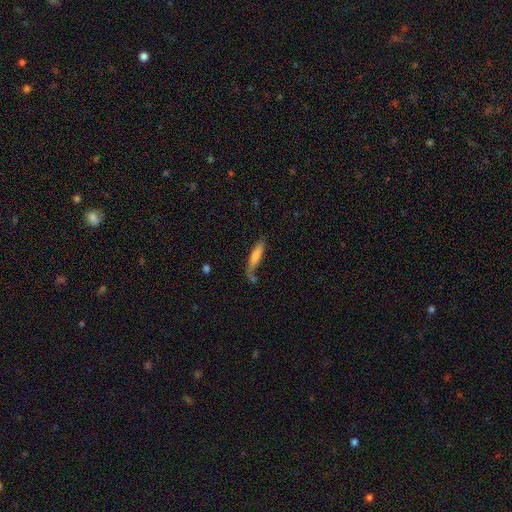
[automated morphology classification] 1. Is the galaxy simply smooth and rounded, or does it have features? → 73% smooth, 20% featured or disk, 7% star or artifact.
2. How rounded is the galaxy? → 76% cigar-shaped, 23% in between, 2% round.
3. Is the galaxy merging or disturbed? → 48% none, 24% minor disturbance, 15% merger, 13% major disturbance.